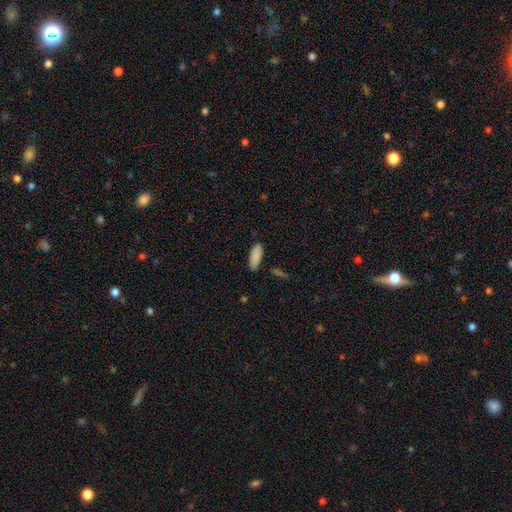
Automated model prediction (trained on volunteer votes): smooth_or_featured: smooth (p=0.88) [alt: star or artifact p=0.07]
how_rounded: in between (p=0.73) [alt: cigar-shaped p=0.26]
merging: none (p=0.83) [alt: minor disturbance p=0.11]